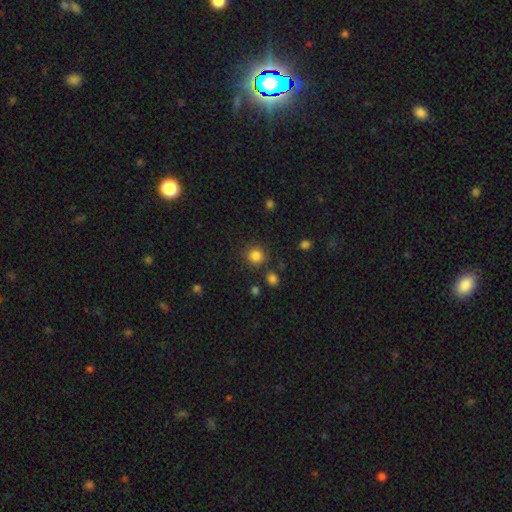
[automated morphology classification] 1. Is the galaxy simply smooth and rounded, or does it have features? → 84% smooth, 12% star or artifact, 5% featured or disk.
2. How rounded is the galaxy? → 91% round, 8% in between, 1% cigar-shaped.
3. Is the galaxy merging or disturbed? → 83% none, 9% minor disturbance, 5% merger, 3% major disturbance.